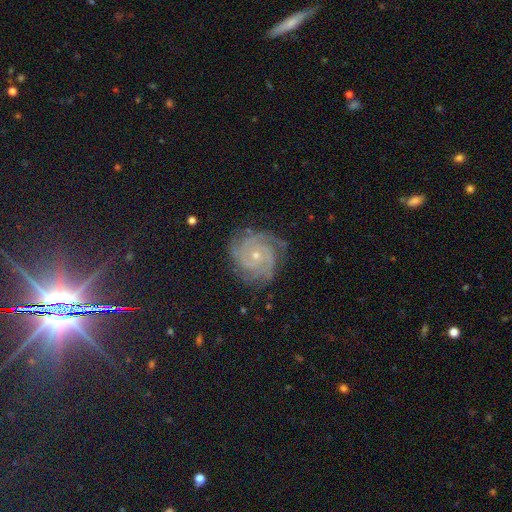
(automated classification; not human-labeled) A featured or disk galaxy (89%) with no bar (76%), 3 (31%) tight (77%) spiral arms (98%) and a small central bulge (66%).

Vote fractions:
- Smooth or featured? featured or disk: 89% / star or artifact: 6% / smooth: 5%
- Edge-on disk? no: 98% / yes: 2%
- Bar? no: 76% / weak: 19% / strong: 5%
- Spiral arms? yes: 98% / no: 2%
- Spiral winding? tight: 77% / medium: 20% / loose: 3%
- Spiral arm count? 3: 31% / 4: 22% / can't tell: 17% / 2: 16% / more than 4: 8% / 1: 7%
- Bulge size? small: 66% / moderate: 31% / none: 1% / large: 1% / dominant: 1%
- Merging? none: 78% / minor disturbance: 16% / major disturbance: 5% / merger: 1%